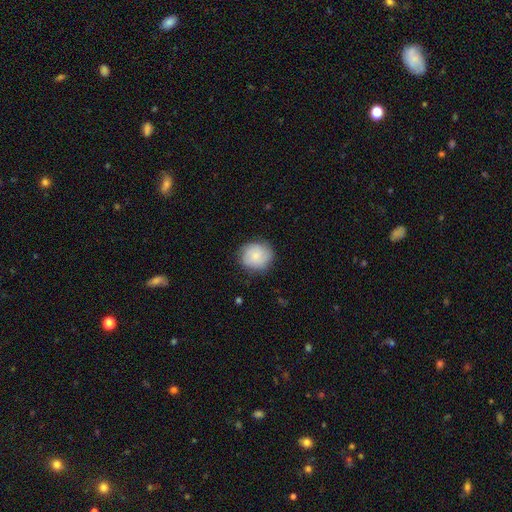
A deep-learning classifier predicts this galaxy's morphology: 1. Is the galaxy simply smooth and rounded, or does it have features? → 75% smooth, 18% featured or disk, 7% star or artifact.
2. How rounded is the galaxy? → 85% round, 14% in between, 1% cigar-shaped.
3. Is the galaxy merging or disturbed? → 82% none, 13% minor disturbance, 3% major disturbance, 1% merger.